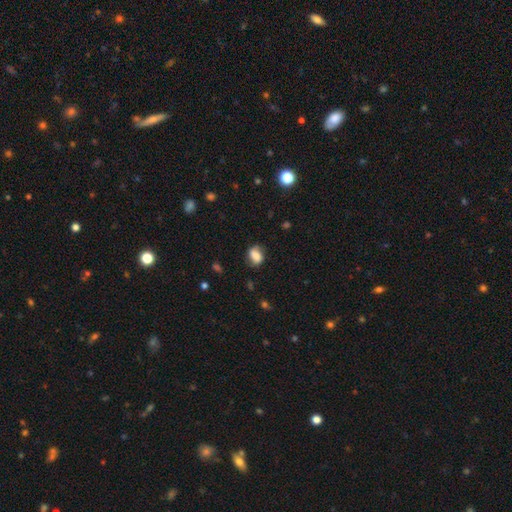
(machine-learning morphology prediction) A smooth galaxy with no disk features (71%) that is in between round and cigar-shaped (70%).

Vote fractions:
- Smooth or featured? smooth: 71% / featured or disk: 20% / star or artifact: 9%
- How rounded? in between: 70% / round: 28% / cigar-shaped: 2%
- Merging? none: 66% / minor disturbance: 23% / major disturbance: 8% / merger: 3%